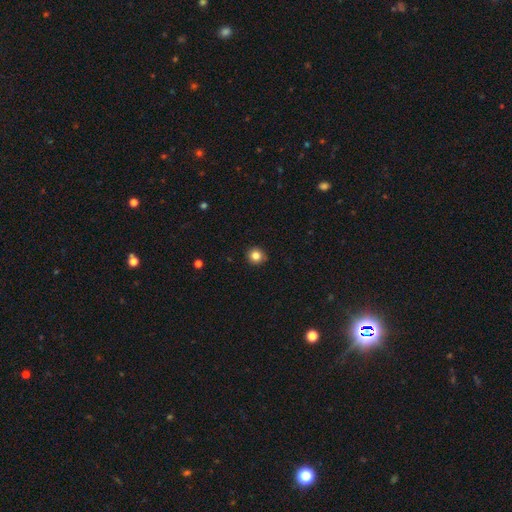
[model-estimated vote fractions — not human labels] This is clearly a smooth galaxy (83%). How rounded: clearly round (93%). Merging: clearly none (90%).